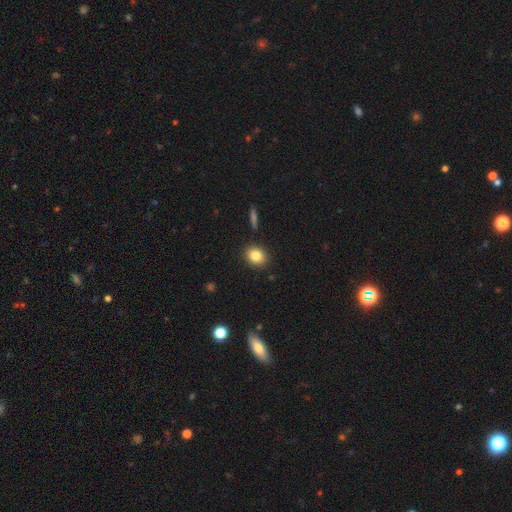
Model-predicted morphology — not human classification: smooth_or_featured: smooth (p=0.81) [alt: star or artifact p=0.10]
how_rounded: round (p=0.56) [alt: in between p=0.43]
merging: none (p=0.89) [alt: minor disturbance p=0.07]